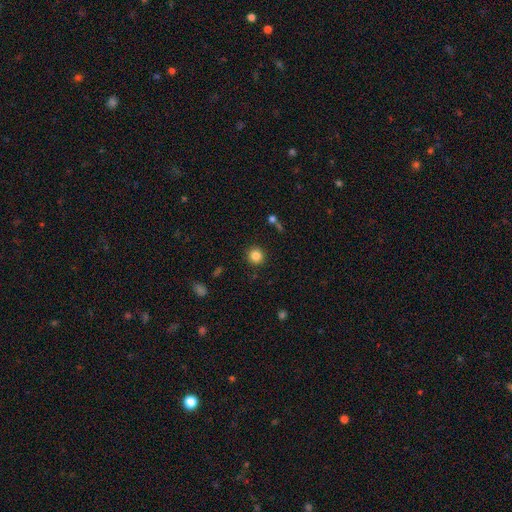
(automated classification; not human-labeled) Q: Smooth or featured?
A: smooth (85%); runner-up: star or artifact (11%)
Q: How rounded?
A: round (93%); runner-up: in between (6%)
Q: Merging?
A: none (90%); runner-up: minor disturbance (6%)